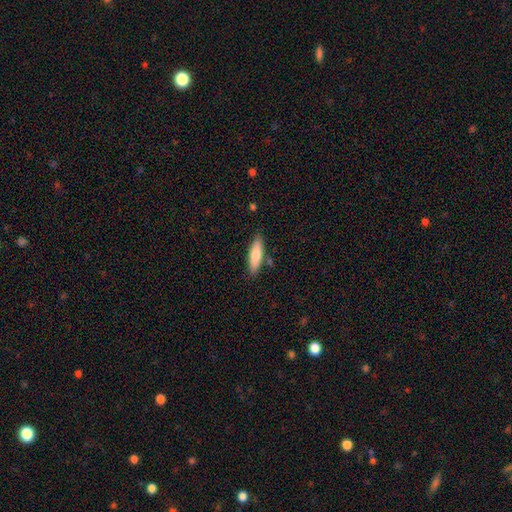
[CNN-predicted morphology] This appears to be a smooth galaxy with no disk features (76%) that is cigar-shaped (61%). Merging: none (83%).